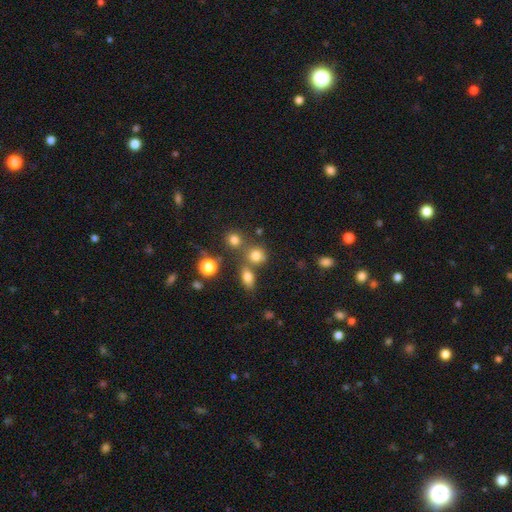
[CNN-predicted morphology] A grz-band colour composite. It shows a smooth galaxy with no disk features (77%) that is round (73%). Merging: none (60%).